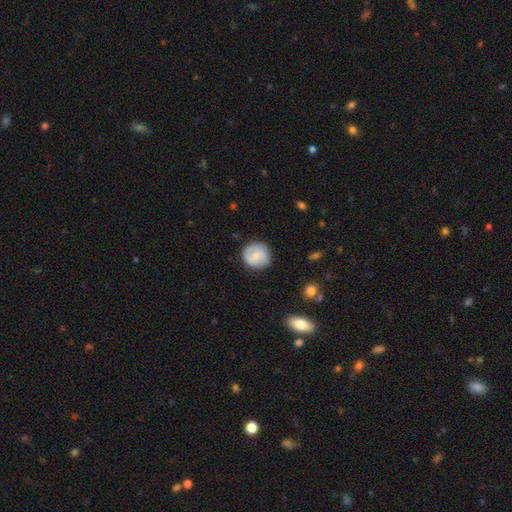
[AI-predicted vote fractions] Smooth or featured? Predicted: smooth (p=0.58). How rounded? Predicted: round (p=0.89). Merging? Predicted: none (p=0.82).